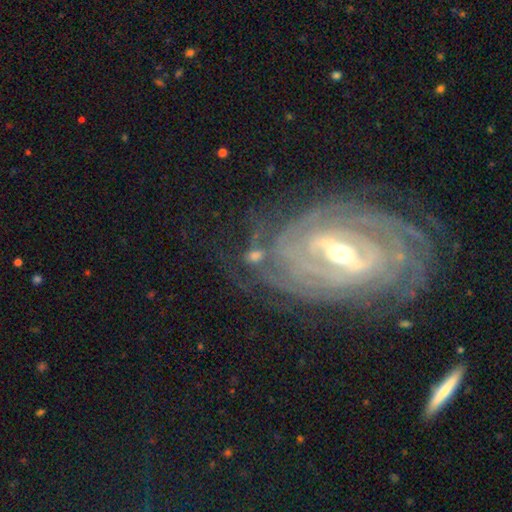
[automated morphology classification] type=featured or disk (68%); edge-on=no (93%); bar=weak (36%); spiral arms=yes (80%); winding=tight (61%); arm count=can't tell (37%); bulge=moderate (52%); merging=none (57%).